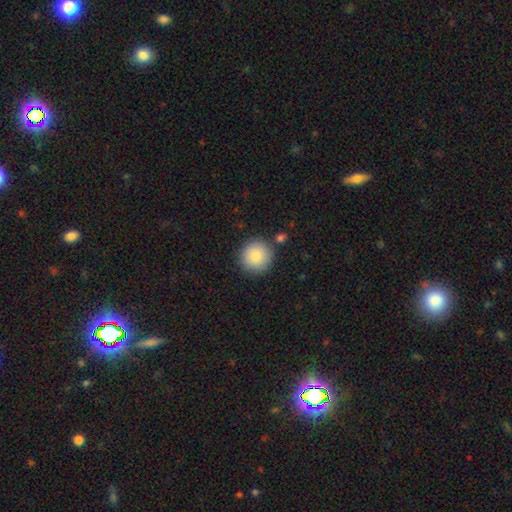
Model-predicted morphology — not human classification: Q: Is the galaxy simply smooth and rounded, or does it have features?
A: smooth — 86%.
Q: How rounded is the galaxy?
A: round — 93%.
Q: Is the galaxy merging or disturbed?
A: none — 84%.